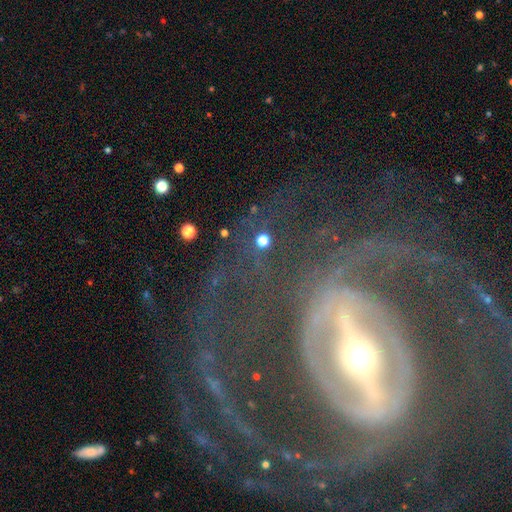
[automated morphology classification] type=featured or disk (90%); edge-on=no (93%); bar=strong (79%); spiral arms=yes (88%); winding=medium (42%); arm count=2 (53%); bulge=moderate (46%); merging=none (64%).